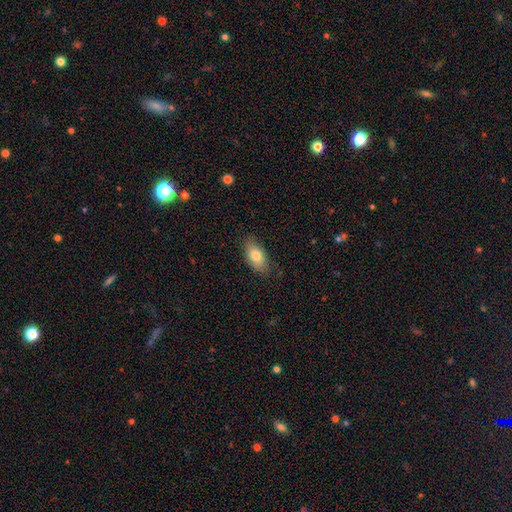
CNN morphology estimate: type=smooth (80%); roundness=in between (91%); merging=none (78%).